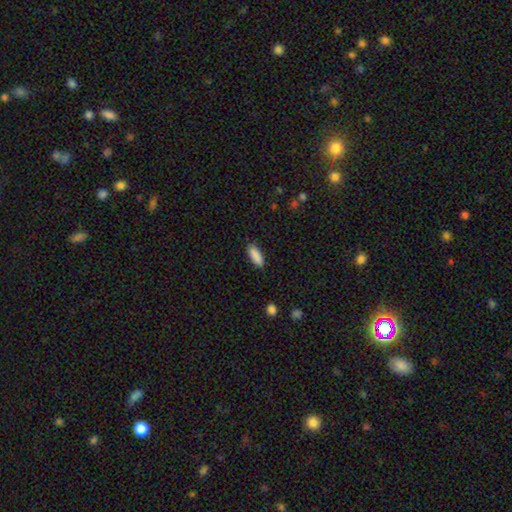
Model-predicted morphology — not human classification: Q: Smooth or featured?
A: smooth (90%); runner-up: star or artifact (6%)
Q: How rounded?
A: in between (69%); runner-up: cigar-shaped (29%)
Q: Merging?
A: none (89%); runner-up: minor disturbance (8%)